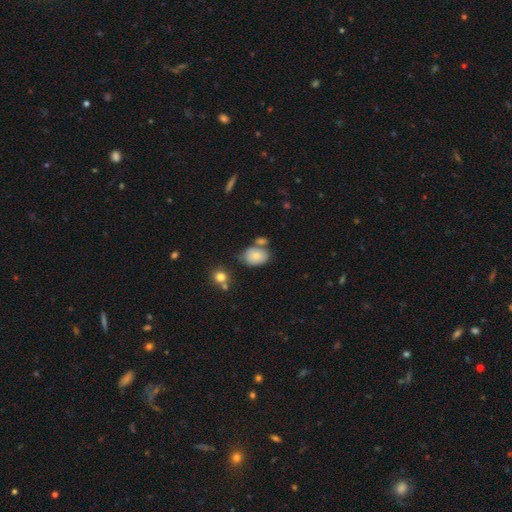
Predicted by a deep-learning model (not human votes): A smooth galaxy with no disk features (78%) that is in between round and cigar-shaped (68%). Merging: none (58%).